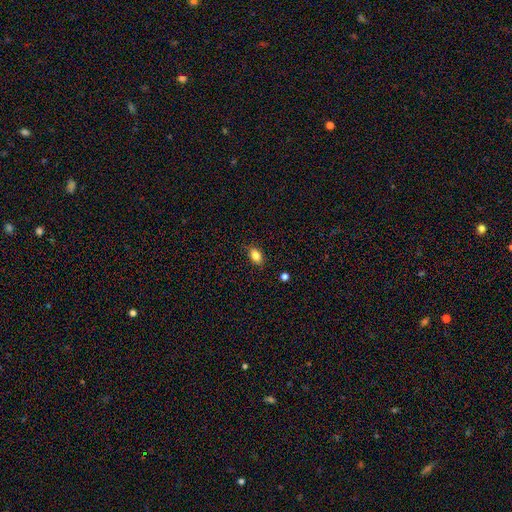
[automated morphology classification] This appears to be a smooth galaxy with no disk features (83%) that is in between round and cigar-shaped (81%). Merging: none (86%).